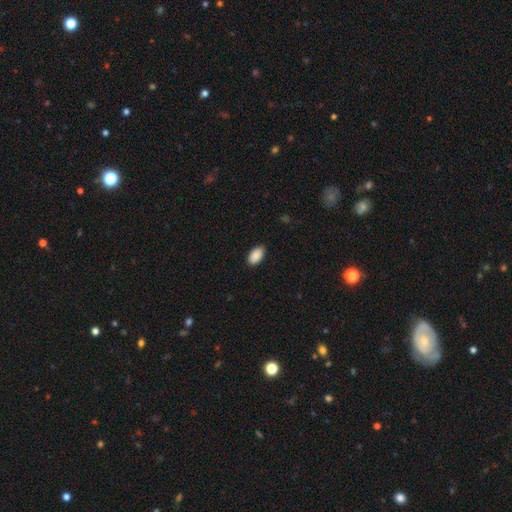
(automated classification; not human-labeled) Smooth or featured? smooth (91%)
How rounded? in between (95%)
Merging? none (88%)